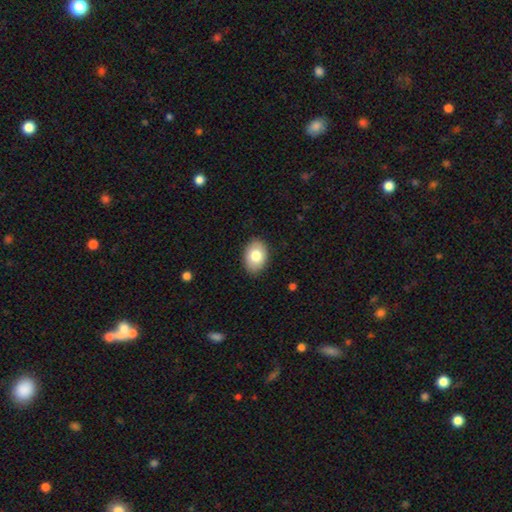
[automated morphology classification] Smooth or featured? smooth (79%)
How rounded? in between (81%)
Merging? none (87%)